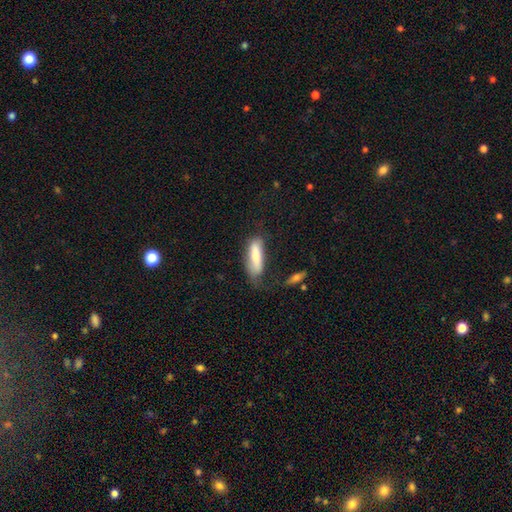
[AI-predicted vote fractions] Smooth or featured?
  - smooth: 72% *
  - featured or disk: 22%
  - star or artifact: 6%
How rounded?
  - cigar-shaped: 50% *
  - in between: 48%
  - round: 2%
Merging?
  - none: 47% *
  - minor disturbance: 30%
  - major disturbance: 19%
  - merger: 4%